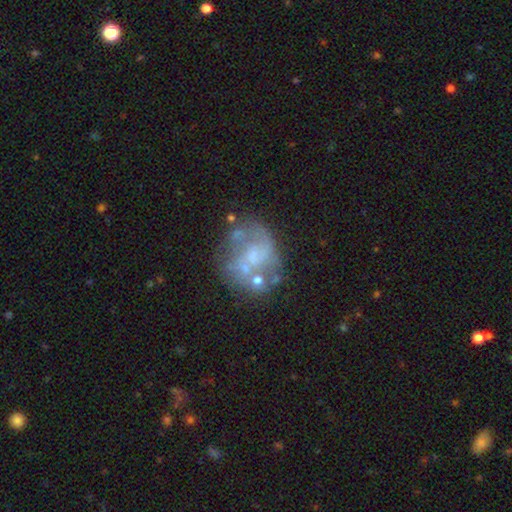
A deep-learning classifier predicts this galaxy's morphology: The model was most divided on "bulge size": small: 39%, none: 32%, moderate: 24%, large: 3%, dominant: 1%. Remaining: edge-on disk — no (98%); bar — no (69%); smooth or featured — featured or disk (61%); spiral arms — no (55%); merging — none (48%).